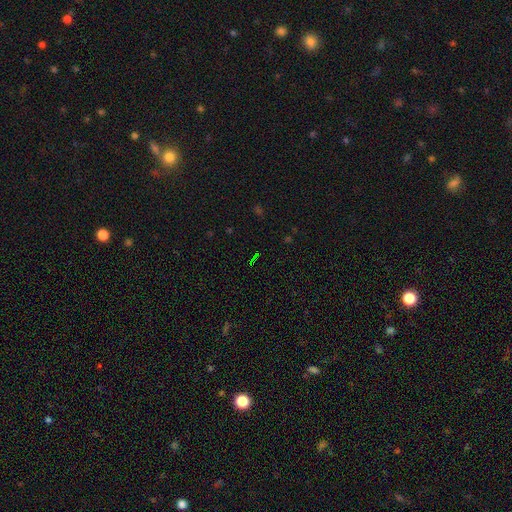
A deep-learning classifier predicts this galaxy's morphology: Overall: star or artifact (73%).